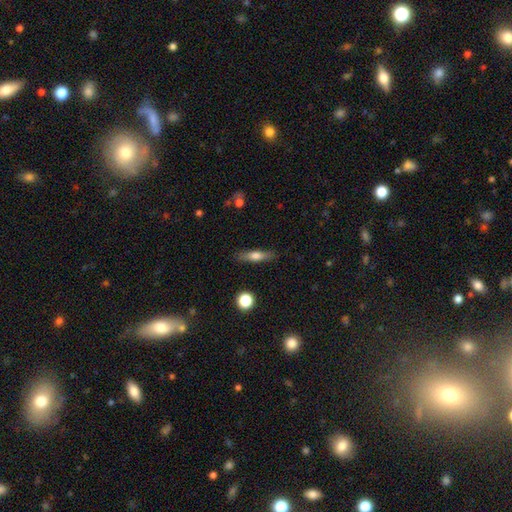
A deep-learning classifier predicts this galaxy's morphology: This is possibly a smooth galaxy (58%). How rounded: likely cigar-shaped (73%). Merging: clearly none (86%).